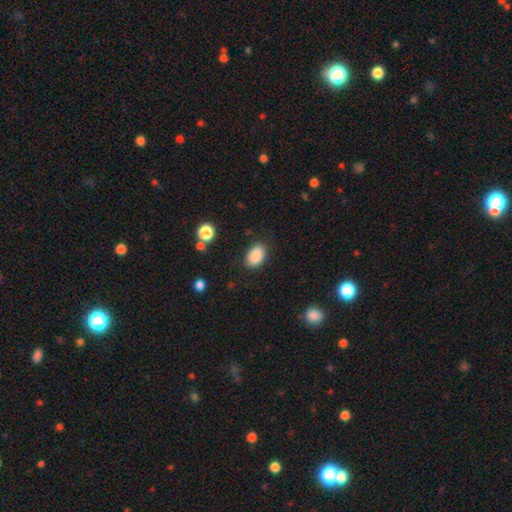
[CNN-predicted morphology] Overall: smooth (88%). How rounded: in between (87%). Merging: none (85%).